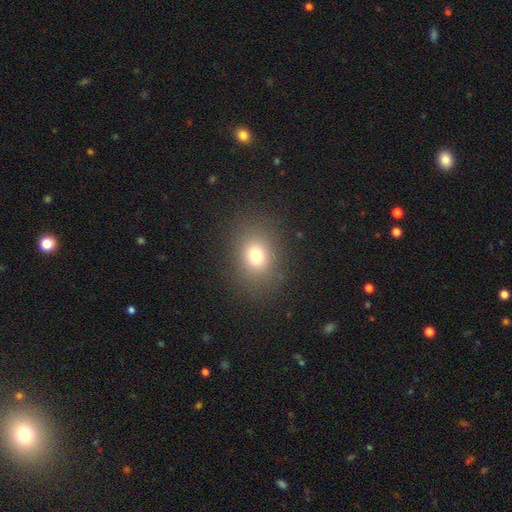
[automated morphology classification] The model was most divided on "how rounded": in between: 51%, round: 48%, cigar-shaped: 1%. More confident: merging — none (86%); smooth or featured — smooth (76%).